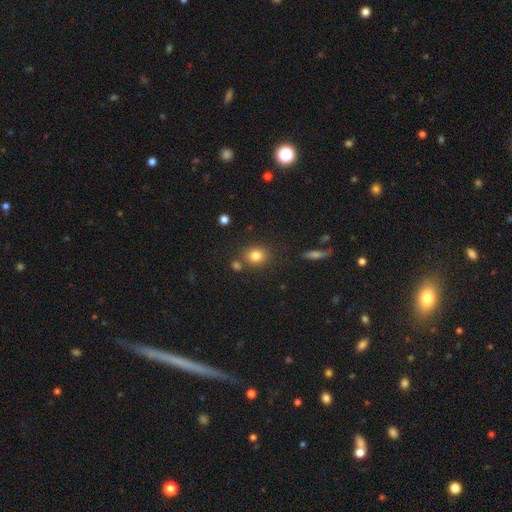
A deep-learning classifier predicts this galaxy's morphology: A smooth galaxy with no disk features (82%) that is round (72%). Merging: none (75%).